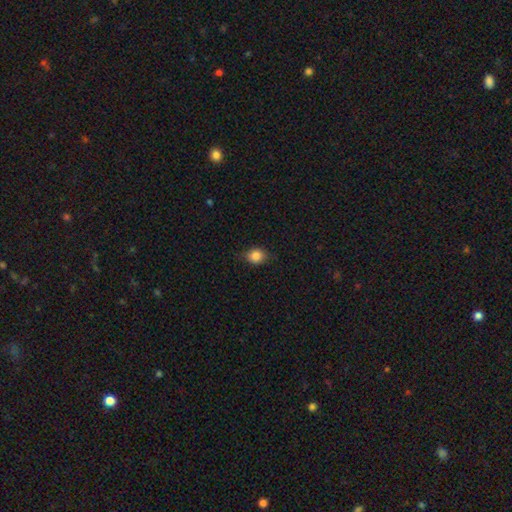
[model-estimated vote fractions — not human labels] This appears to be a smooth galaxy with no disk features (84%) that is round (62%). Merging: none (75%).